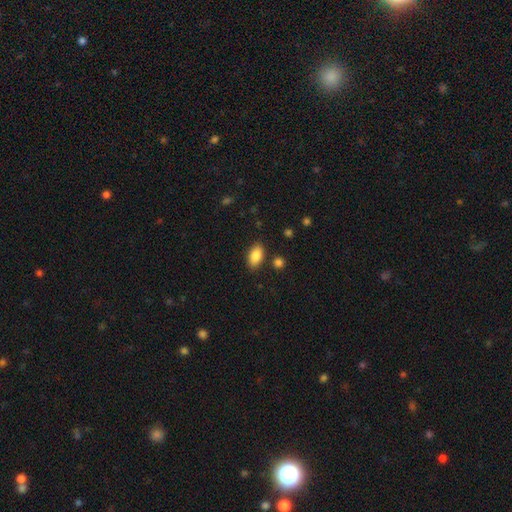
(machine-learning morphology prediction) smooth-or-featured: smooth: 86% | star or artifact: 7% | featured or disk: 6%
  how-rounded: in between: 92% | round: 5% | cigar-shaped: 3%
  merging: none: 85% | minor disturbance: 10% | merger: 3% | major disturbance: 3%